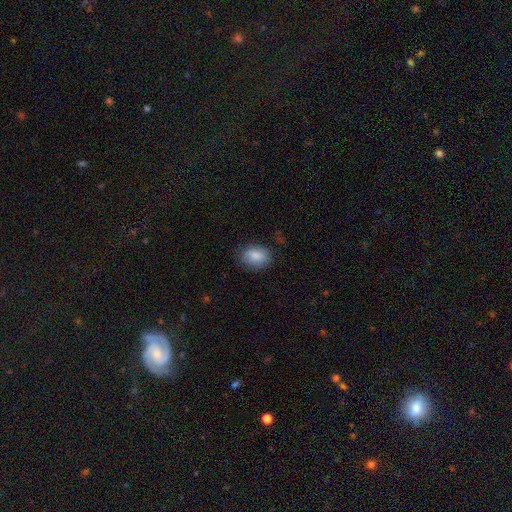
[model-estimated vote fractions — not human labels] This appears to be a smooth galaxy with no disk features (87%) that is in between round and cigar-shaped (78%). Merging: none (78%).